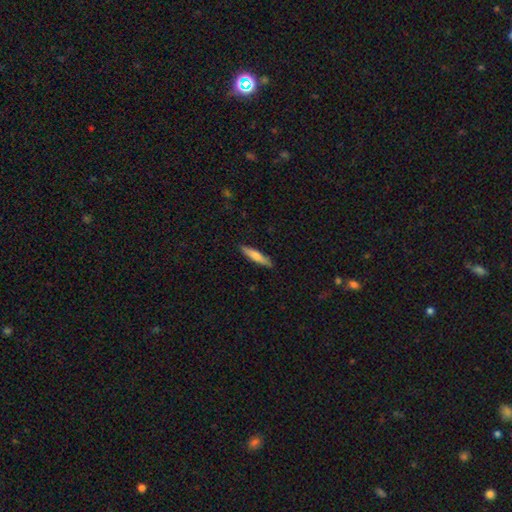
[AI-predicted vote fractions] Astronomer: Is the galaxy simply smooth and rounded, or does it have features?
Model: smooth — 72%.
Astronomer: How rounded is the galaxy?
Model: cigar-shaped — 86%.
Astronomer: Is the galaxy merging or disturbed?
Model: none — 89%.